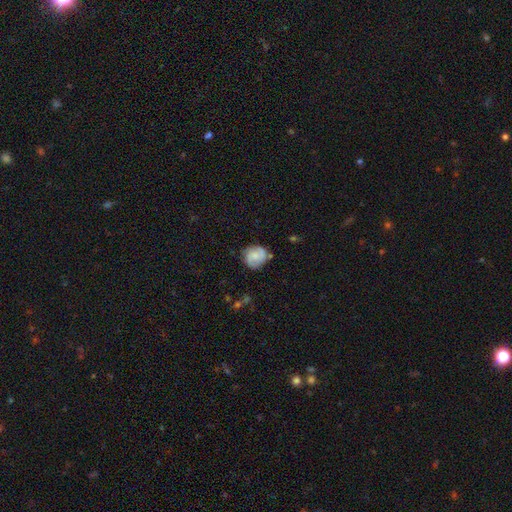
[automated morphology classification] type=featured or disk (48%); merging=none (72%).